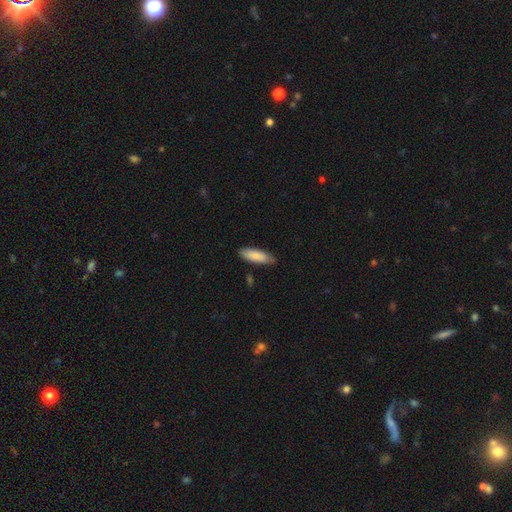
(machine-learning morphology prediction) This appears to be a smooth galaxy with no disk features (84%) that is in between round and cigar-shaped (56%). Merging: none (82%).